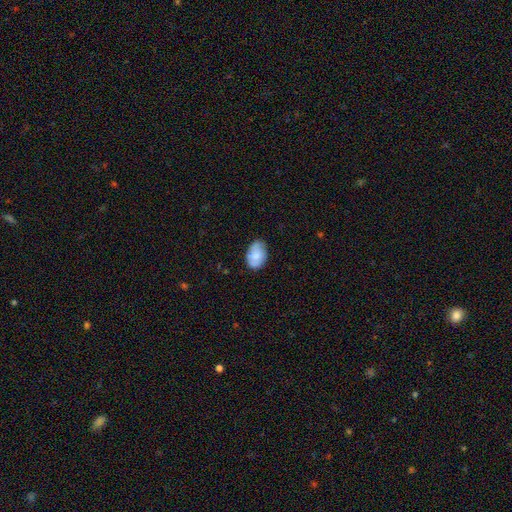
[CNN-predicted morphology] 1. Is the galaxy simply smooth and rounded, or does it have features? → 70% smooth, 23% featured or disk, 7% star or artifact.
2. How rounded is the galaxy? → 86% in between, 12% round, 1% cigar-shaped.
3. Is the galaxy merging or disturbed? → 68% none, 26% minor disturbance, 4% major disturbance, 1% merger.